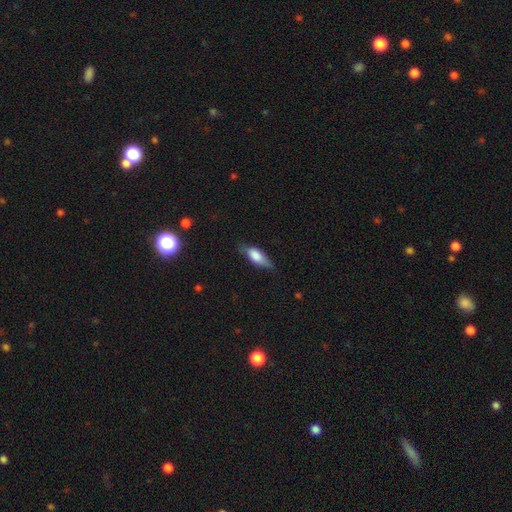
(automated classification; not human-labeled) Q: Smooth or featured?
A: smooth (71%); runner-up: featured or disk (22%)
Q: How rounded?
A: in between (71%); runner-up: cigar-shaped (27%)
Q: Merging?
A: none (65%); runner-up: minor disturbance (27%)